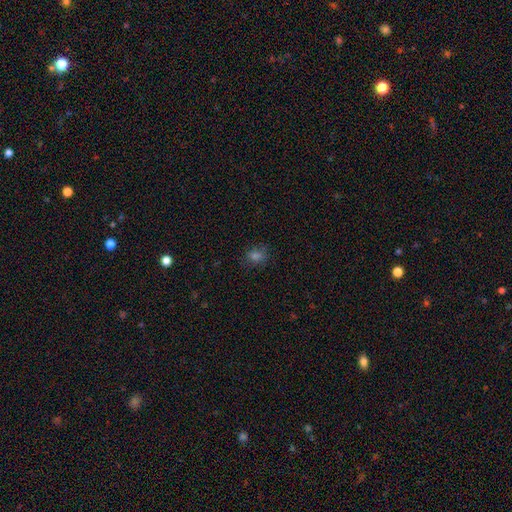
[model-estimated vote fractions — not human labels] Overall: smooth (70%). How rounded: round (56%; in between 43%). Merging: none (81%).